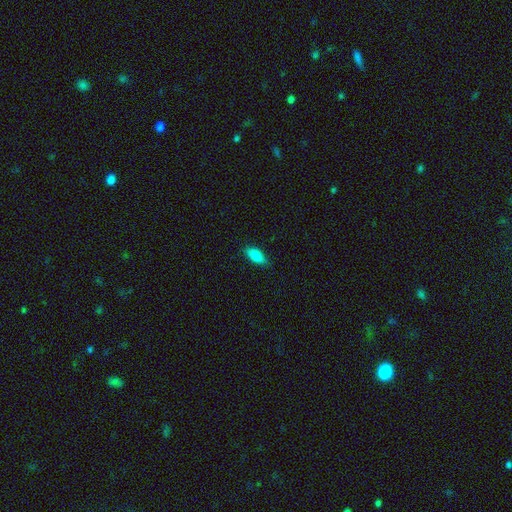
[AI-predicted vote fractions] Overall: smooth (82%). How rounded: in between (82%). Merging: none (85%).